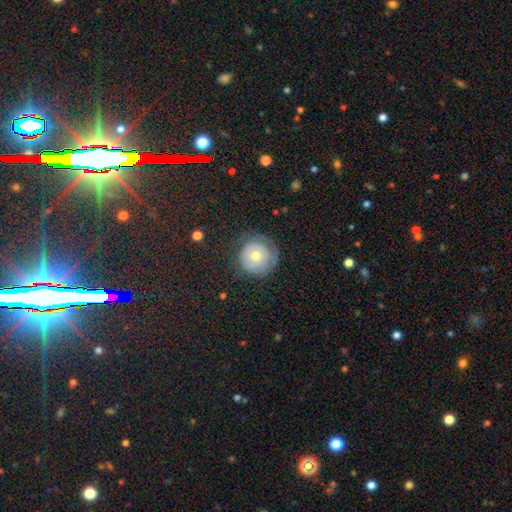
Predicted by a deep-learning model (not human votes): Smooth or featured? smooth (58%)
How rounded? round (94%)
Merging? none (66%)